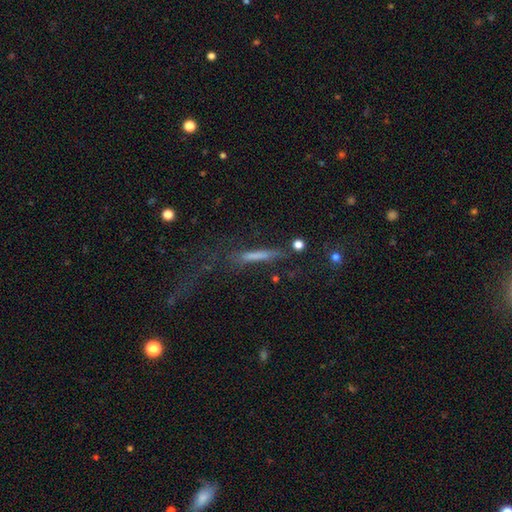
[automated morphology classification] Smooth or featured: smooth — 48% (featured or disk — 37%)
Merging: none — 49% (major disturbance — 25%)